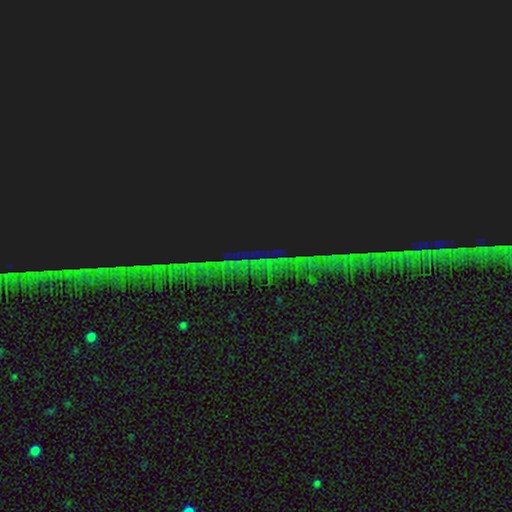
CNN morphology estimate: This is clearly a star or artifact rather than a galaxy (85%).